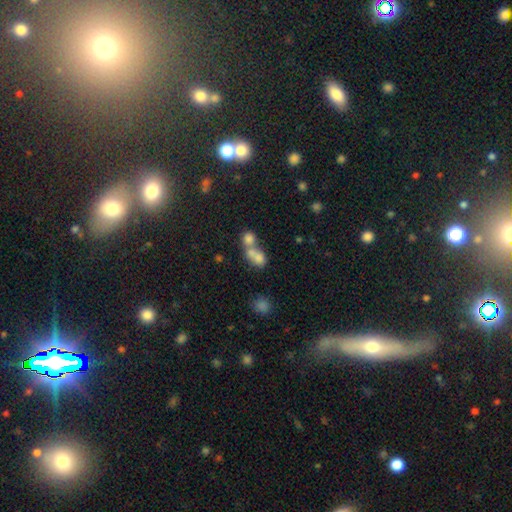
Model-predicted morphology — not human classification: A smooth galaxy with no disk features (72%) that is in between round and cigar-shaped (51%). Merging: merger (68%).